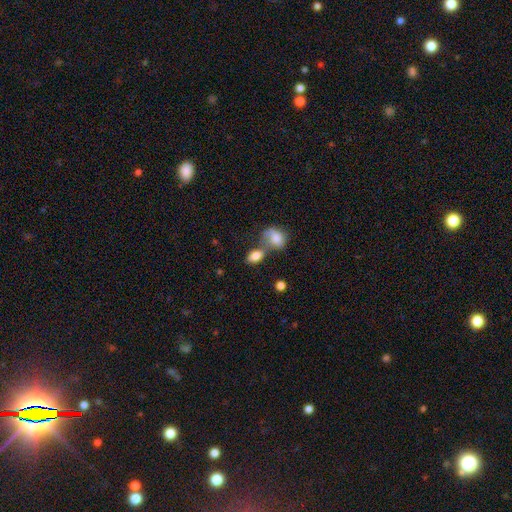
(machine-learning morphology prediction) Q: Smooth or featured?
A: smooth (81%); runner-up: featured or disk (10%)
Q: How rounded?
A: in between (85%); runner-up: round (12%)
Q: Merging?
A: none (40%); tied with: merger (40%)